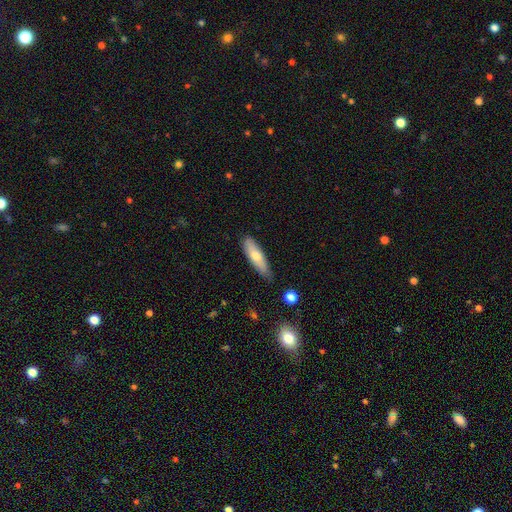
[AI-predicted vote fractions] smooth-or-featured: smooth: 69% | featured or disk: 25% | star or artifact: 6%
  how-rounded: cigar-shaped: 62% | in between: 36% | round: 2%
  merging: none: 76% | minor disturbance: 19% | major disturbance: 3% | merger: 2%